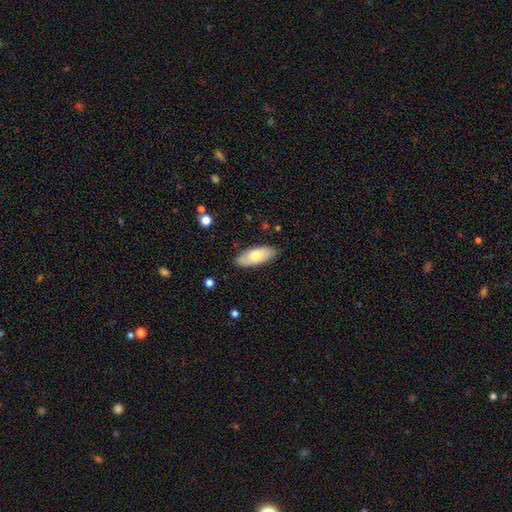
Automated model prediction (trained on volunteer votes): smooth-or-featured: smooth: 67% | featured or disk: 27% | star or artifact: 6%
  how-rounded: in between: 85% | cigar-shaped: 13% | round: 2%
  merging: none: 84% | minor disturbance: 13% | major disturbance: 2% | merger: 1%